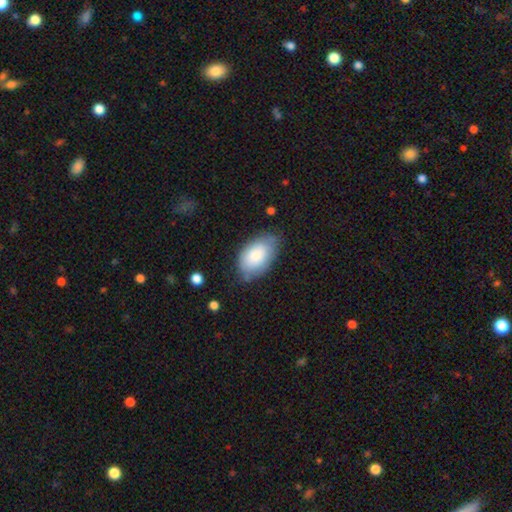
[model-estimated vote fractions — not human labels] A smooth galaxy with no disk features (80%) that is in between round and cigar-shaped (93%).

Vote fractions:
- Smooth or featured? smooth: 80% / featured or disk: 14% / star or artifact: 6%
- How rounded? in between: 93% / round: 5% / cigar-shaped: 1%
- Merging? none: 68% / minor disturbance: 24% / major disturbance: 6% / merger: 2%